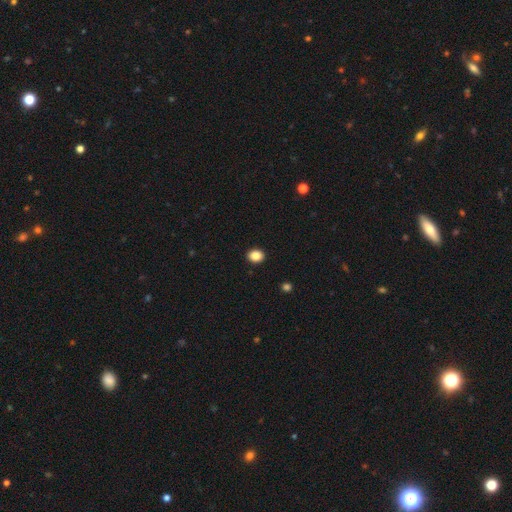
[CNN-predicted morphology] smooth 87%, star or artifact 9%, featured or disk 4%. Down the decision tree: how rounded — round (52%); merging — none (92%).